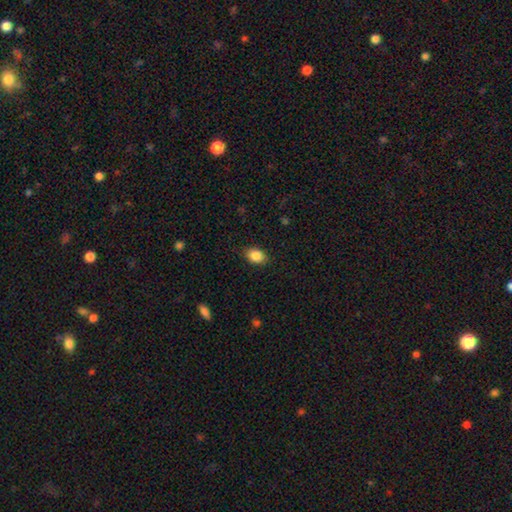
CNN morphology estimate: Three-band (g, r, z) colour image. It shows a smooth galaxy with no disk features (87%) that is in between round and cigar-shaped (75%). Merging: none (87%).